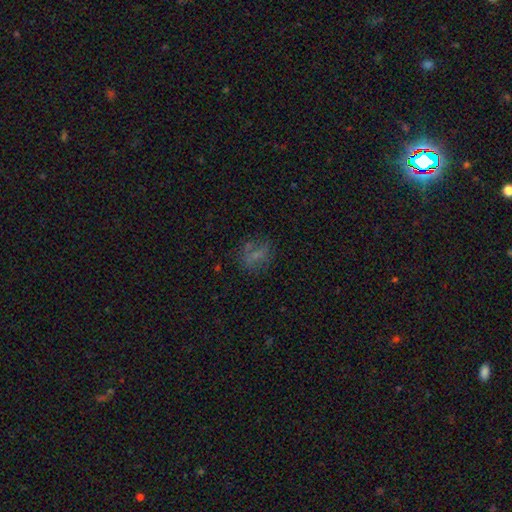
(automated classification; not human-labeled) The model was most divided on "how rounded": round: 57%, in between: 40%, cigar-shaped: 3%. More confident: merging — none (68%); smooth or featured — smooth (52%).